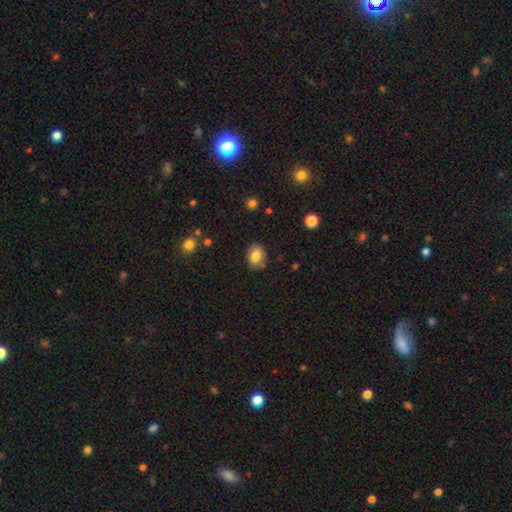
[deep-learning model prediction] A smooth galaxy with no disk features (82%) that is in between round and cigar-shaped (62%).

Vote fractions:
- Smooth or featured? smooth: 82% / featured or disk: 9% / star or artifact: 9%
- How rounded? in between: 62% / round: 37% / cigar-shaped: 1%
- Merging? none: 81% / minor disturbance: 13% / major disturbance: 3% / merger: 2%